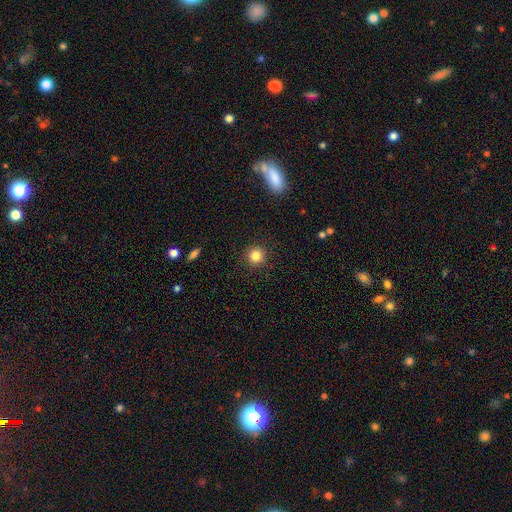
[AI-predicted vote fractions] smooth-or-featured: smooth: 84% | star or artifact: 11% | featured or disk: 5%
  how-rounded: round: 94% | in between: 5% | cigar-shaped: 1%
  merging: none: 91% | minor disturbance: 5% | major disturbance: 2% | merger: 1%